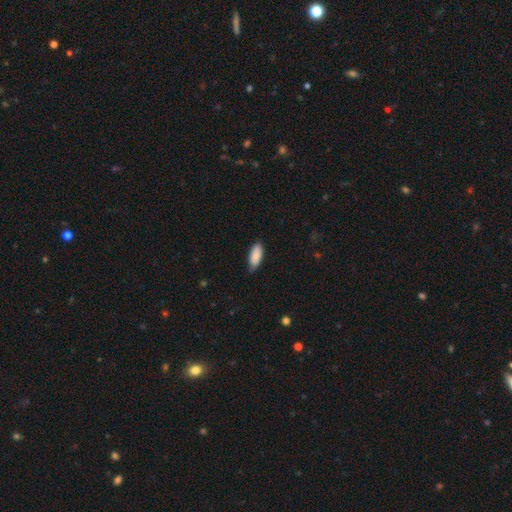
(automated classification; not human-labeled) A smooth galaxy with no disk features (88%) that is in between round and cigar-shaped (82%). Merging: none (73%).